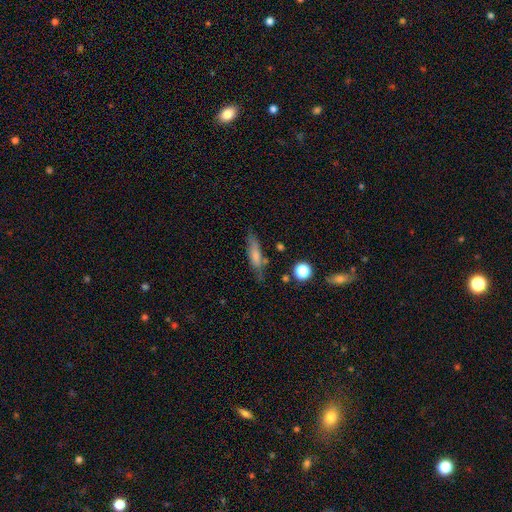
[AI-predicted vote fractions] This is likely a smooth galaxy (70%). How rounded: likely cigar-shaped (63%). Merging: likely none (65%).